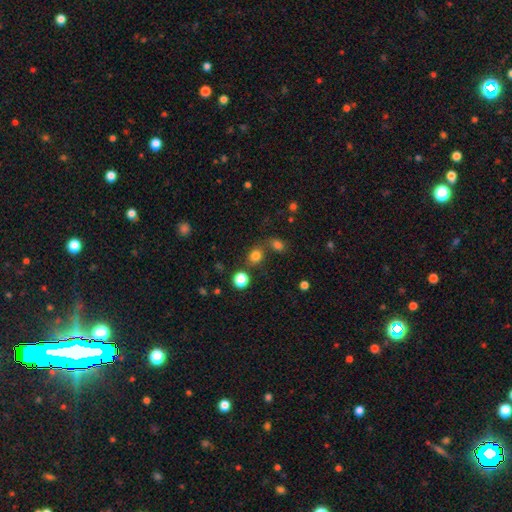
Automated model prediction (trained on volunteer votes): Q: Smooth or featured?
A: smooth (79%); runner-up: star or artifact (15%)
Q: How rounded?
A: round (64%); runner-up: in between (35%)
Q: Merging?
A: none (66%); runner-up: merger (19%)